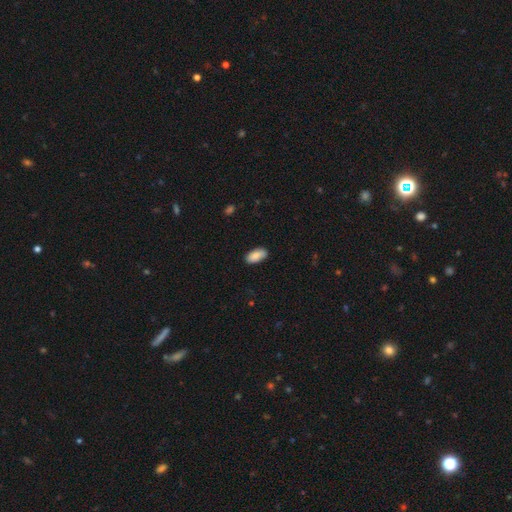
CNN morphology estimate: smooth-or-featured: smooth: 87% | featured or disk: 7% | star or artifact: 6%
  how-rounded: in between: 93% | cigar-shaped: 5% | round: 2%
  merging: none: 85% | minor disturbance: 12% | major disturbance: 2% | merger: 1%